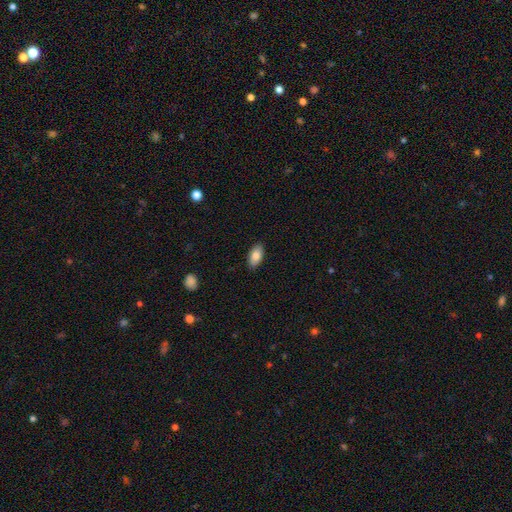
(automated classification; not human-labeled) The model was most divided on "smooth or featured": smooth: 84%, featured or disk: 10%, star or artifact: 7%. More confident: how rounded — in between (93%); merging — none (88%).